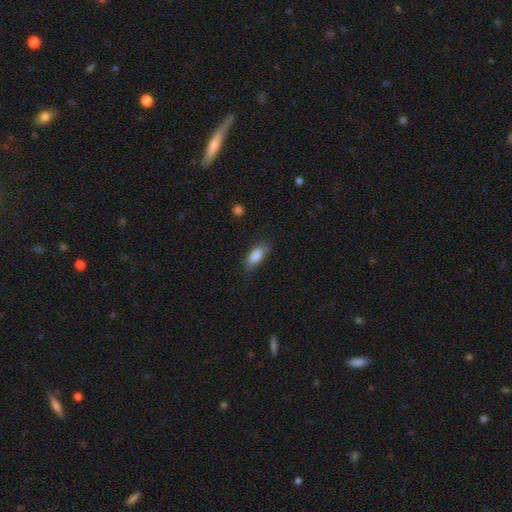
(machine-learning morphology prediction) A smooth galaxy with no disk features (85%) that is in between round and cigar-shaped (84%). Merging: none (75%).